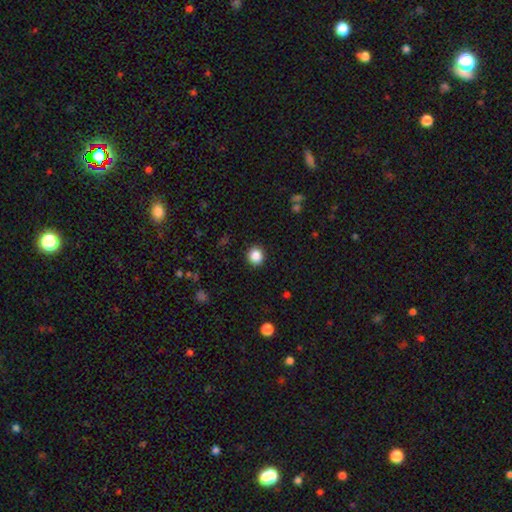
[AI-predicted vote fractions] The model was most divided on "smooth or featured": smooth: 86%, star or artifact: 10%, featured or disk: 4%. More confident: merging — none (92%); how rounded — round (89%).